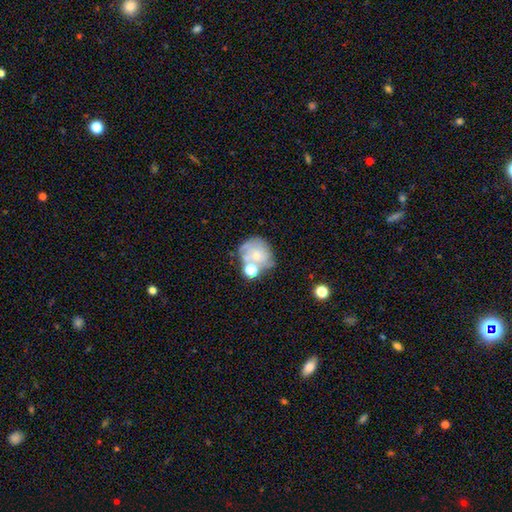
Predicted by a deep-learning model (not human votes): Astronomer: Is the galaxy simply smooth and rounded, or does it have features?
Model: featured or disk — 49% (runner-up: smooth, 41%).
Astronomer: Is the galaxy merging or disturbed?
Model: none — 42% (runner-up: merger, 28%).